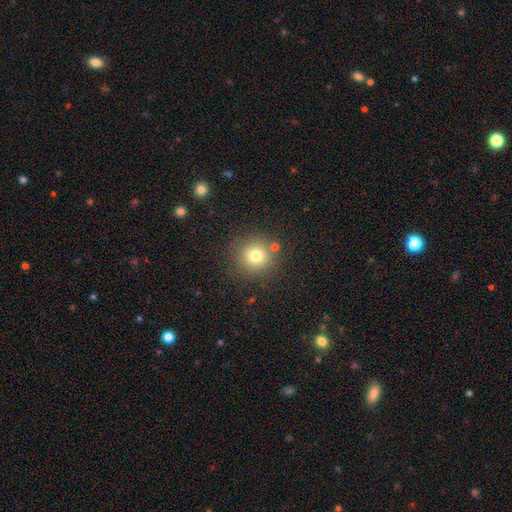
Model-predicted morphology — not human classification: Overall: smooth (76%). How rounded: round (93%). Merging: none (82%).